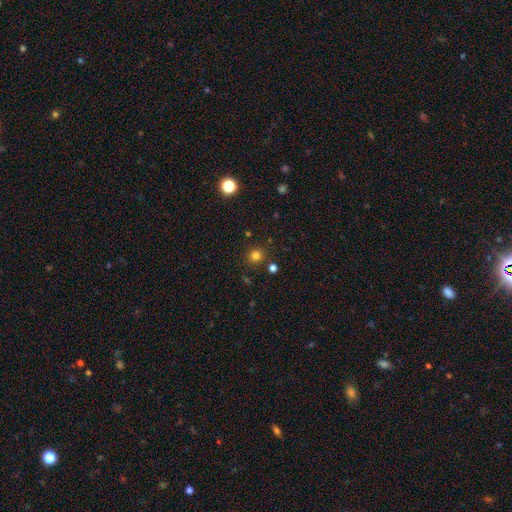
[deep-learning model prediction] smooth_or_featured: smooth (p=0.78) [alt: star or artifact p=0.17]
how_rounded: round (p=0.92) [alt: in between p=0.08]
merging: none (p=0.86) [alt: minor disturbance p=0.07]